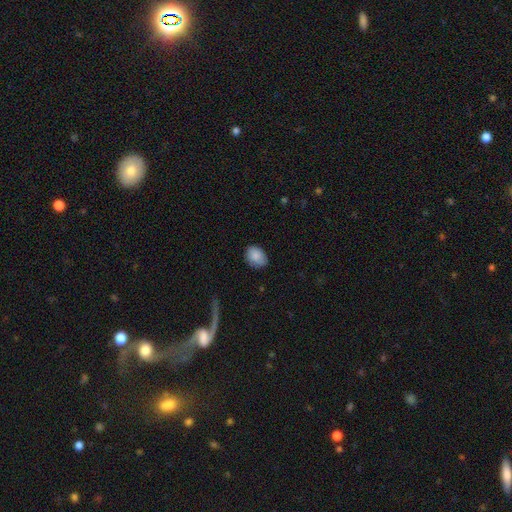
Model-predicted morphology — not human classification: This is clearly a smooth galaxy (87%). How rounded: likely in between (67%). Merging: likely none (80%).